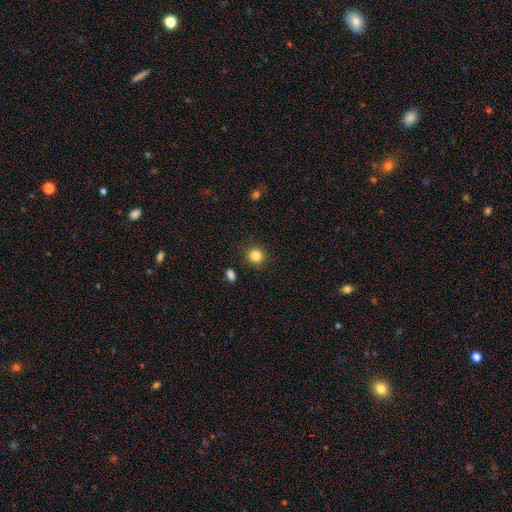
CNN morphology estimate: Smooth or featured?
  - smooth: 85% *
  - star or artifact: 11%
  - featured or disk: 4%
How rounded?
  - round: 92% *
  - in between: 7%
  - cigar-shaped: 1%
Merging?
  - none: 90% *
  - minor disturbance: 6%
  - major disturbance: 2%
  - merger: 2%